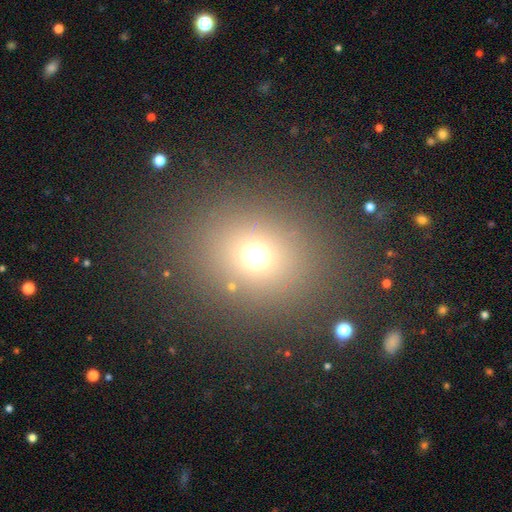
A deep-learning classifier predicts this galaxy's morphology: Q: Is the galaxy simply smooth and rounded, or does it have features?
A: smooth — 68%.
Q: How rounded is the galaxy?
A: round — 72%.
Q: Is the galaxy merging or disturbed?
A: none — 85%.